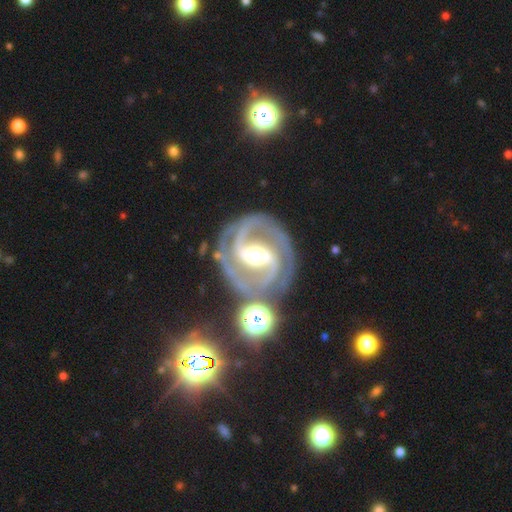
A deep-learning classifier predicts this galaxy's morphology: Overall: featured or disk (92%). Edge-on disk: no (98%). Bar: strong (61%; weak 29%). Spiral arms: yes (98%). Spiral arm count: 2 (81%). Spiral winding: tight (47%; medium 46%). Bulge size: moderate (67%). Merging: none (73%).